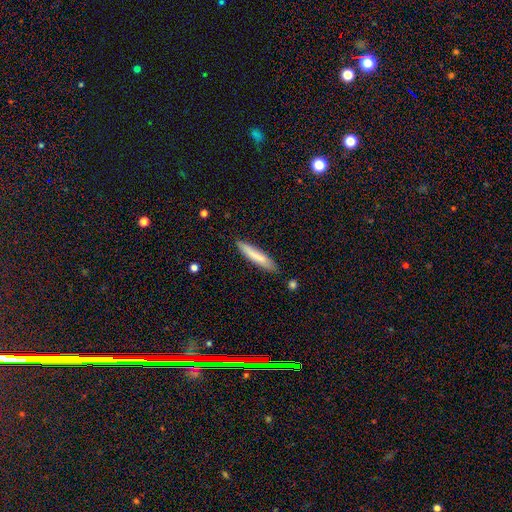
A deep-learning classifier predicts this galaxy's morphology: A smooth galaxy with no disk features (78%) that is cigar-shaped (89%). Merging: none (81%).